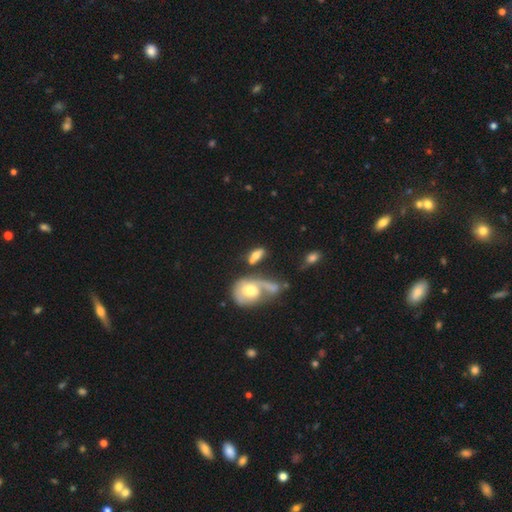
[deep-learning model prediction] Smooth or featured?
  - smooth: 61% *
  - featured or disk: 30%
  - star or artifact: 9%
How rounded?
  - in between: 75% *
  - cigar-shaped: 13%
  - round: 12%
Merging?
  - none: 44% *
  - merger: 28%
  - minor disturbance: 16%
  - major disturbance: 12%